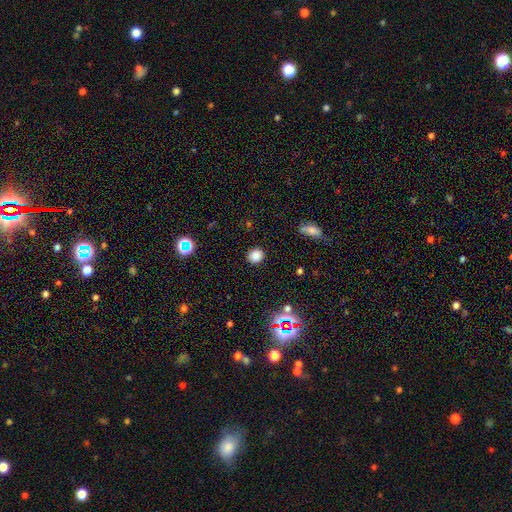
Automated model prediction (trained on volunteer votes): A smooth galaxy with no disk features (83%) that is round (83%).

Vote fractions:
- Smooth or featured? smooth: 83% / star or artifact: 13% / featured or disk: 4%
- How rounded? round: 83% / in between: 16% / cigar-shaped: 1%
- Merging? none: 89% / minor disturbance: 7% / major disturbance: 2% / merger: 1%